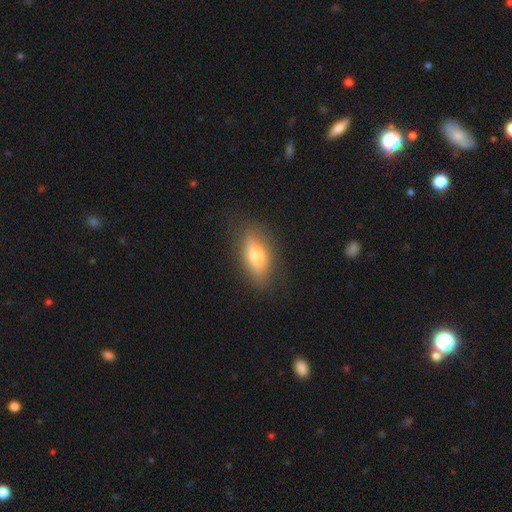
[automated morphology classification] Smooth or featured?
  - smooth: 50% *
  - featured or disk: 42%
  - star or artifact: 8%
Merging?
  - none: 79% *
  - minor disturbance: 16%
  - major disturbance: 5%
  - merger: 1%